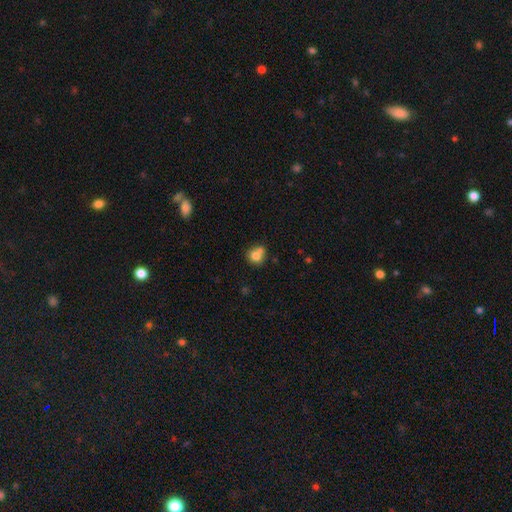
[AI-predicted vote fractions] Overall: smooth (76%). How rounded: round (78%). Merging: none (47%; merger 35%).